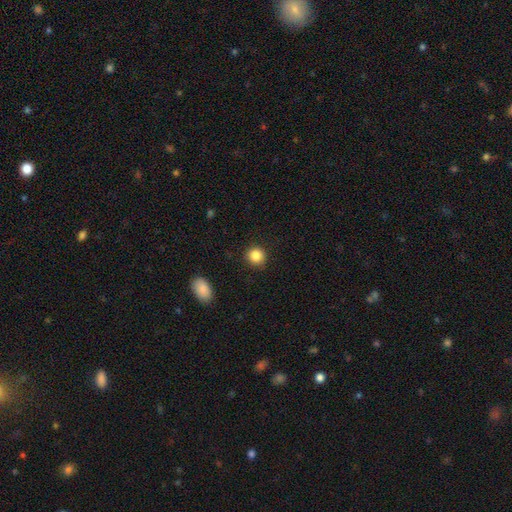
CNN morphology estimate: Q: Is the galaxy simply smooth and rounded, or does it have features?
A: smooth — 87%.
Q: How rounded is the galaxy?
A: round — 90%.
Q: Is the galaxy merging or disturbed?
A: none — 89%.